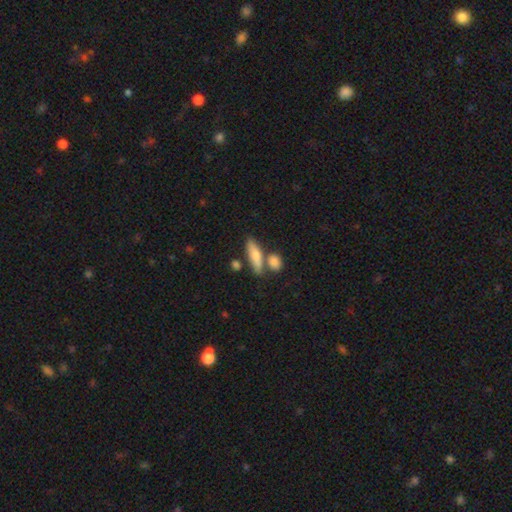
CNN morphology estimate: Smooth or featured?
  - smooth: 70% *
  - featured or disk: 23%
  - star or artifact: 7%
How rounded?
  - cigar-shaped: 53% *
  - in between: 42%
  - round: 5%
Merging?
  - none: 61% *
  - merger: 21%
  - minor disturbance: 13%
  - major disturbance: 4%